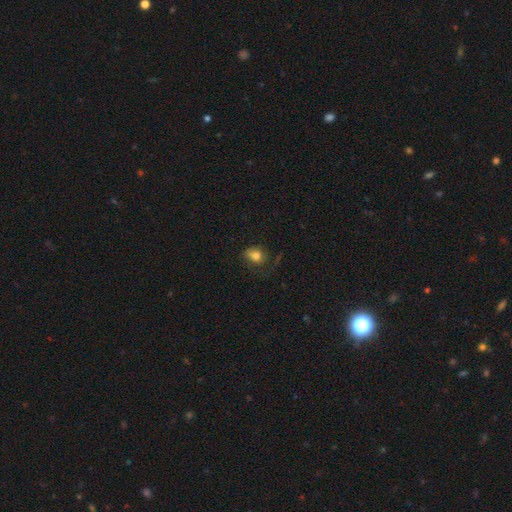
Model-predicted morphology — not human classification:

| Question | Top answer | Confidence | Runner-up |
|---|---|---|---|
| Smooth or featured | smooth | 76% | featured or disk (13%) |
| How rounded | round | 50% | in between (48%) |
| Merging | none | 52% | minor disturbance (26%) |